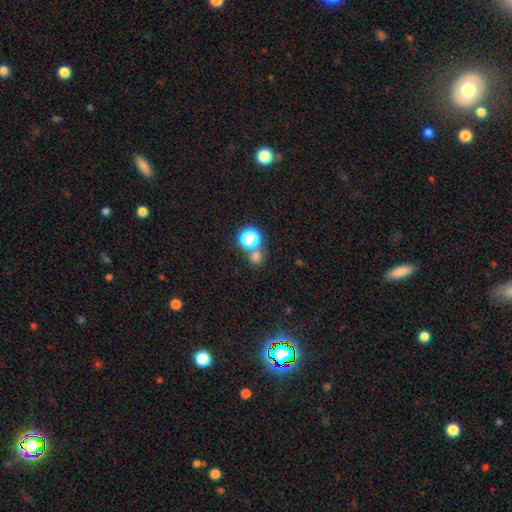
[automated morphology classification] A smooth galaxy with no disk features (68%) that is round (86%).

Vote fractions:
- Smooth or featured? smooth: 68% / star or artifact: 25% / featured or disk: 6%
- How rounded? round: 86% / in between: 13% / cigar-shaped: 1%
- Merging? none: 64% / merger: 25% / minor disturbance: 7% / major disturbance: 3%